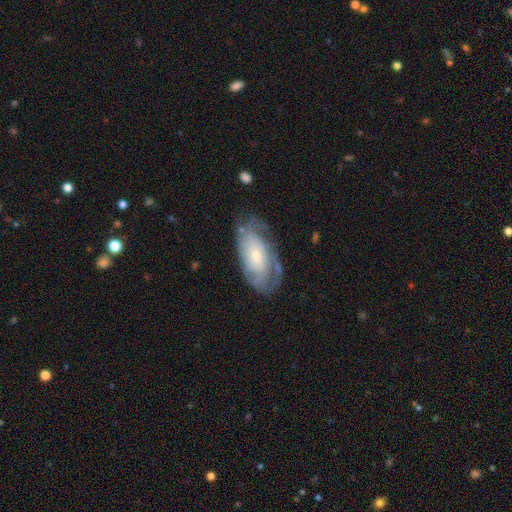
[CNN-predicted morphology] Smooth or featured?
  - featured or disk: 68% *
  - smooth: 26%
  - star or artifact: 6%
Edge-on disk?
  - no: 93% *
  - yes: 7%
Bar?
  - no: 71% *
  - weak: 25%
  - strong: 5%
Spiral arms?
  - yes: 82% *
  - no: 18%
Spiral winding?
  - tight: 58% *
  - medium: 31%
  - loose: 11%
Spiral arm count?
  - can't tell: 52% *
  - 2: 24%
  - 3: 11%
  - 1: 5%
  - 4: 5%
  - more than 4: 3%
Bulge size?
  - small: 52% *
  - moderate: 40%
  - large: 5%
  - none: 2%
  - dominant: 1%
Merging?
  - none: 60% *
  - minor disturbance: 26%
  - major disturbance: 13%
  - merger: 2%